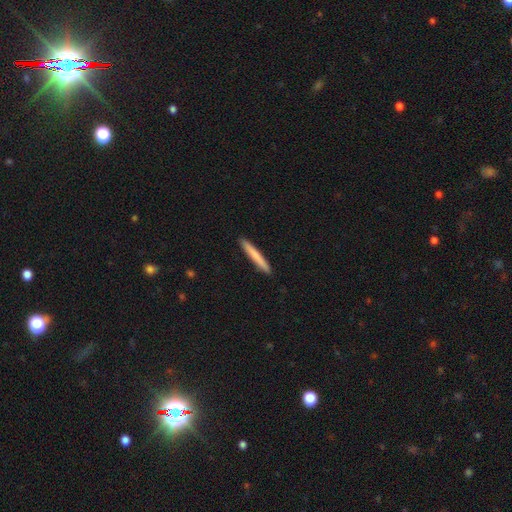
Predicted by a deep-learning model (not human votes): The model was most divided on "smooth or featured": smooth: 76%, featured or disk: 19%, star or artifact: 5%. More confident: how rounded — cigar-shaped (97%); merging — none (92%).